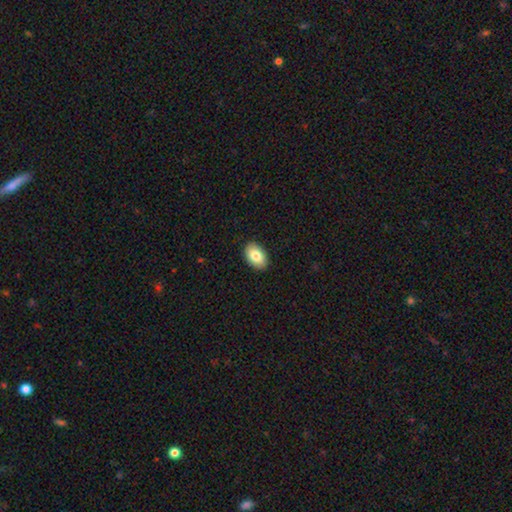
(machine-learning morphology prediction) Smooth or featured?
  - smooth: 83% *
  - featured or disk: 10%
  - star or artifact: 7%
How rounded?
  - in between: 91% *
  - round: 8%
  - cigar-shaped: 1%
Merging?
  - none: 90% *
  - minor disturbance: 8%
  - major disturbance: 2%
  - merger: 1%